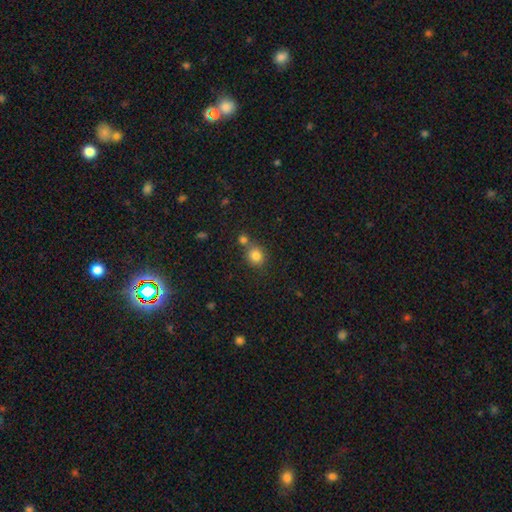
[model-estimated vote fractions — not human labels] Overall: smooth (83%). How rounded: round (81%). Merging: none (61%; merger 26%).